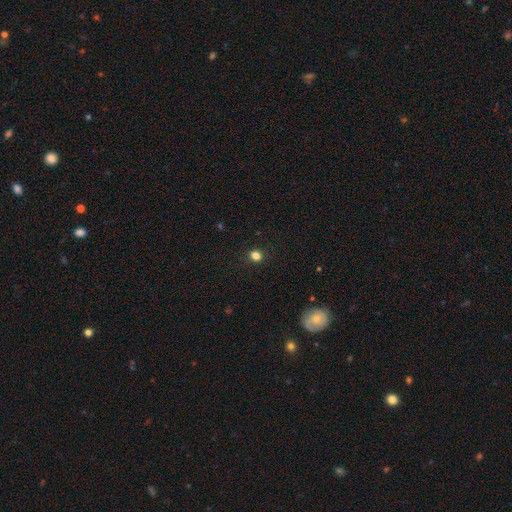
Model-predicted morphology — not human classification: A smooth galaxy with no disk features (82%) that is round (73%). Merging: none (90%).